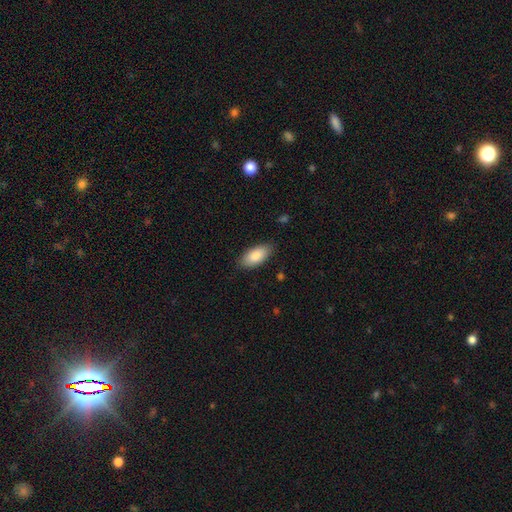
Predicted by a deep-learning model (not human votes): smooth_or_featured: smooth (p=0.87) [alt: featured or disk p=0.07]
how_rounded: in between (p=0.91) [alt: cigar-shaped p=0.07]
merging: none (p=0.85) [alt: minor disturbance p=0.12]